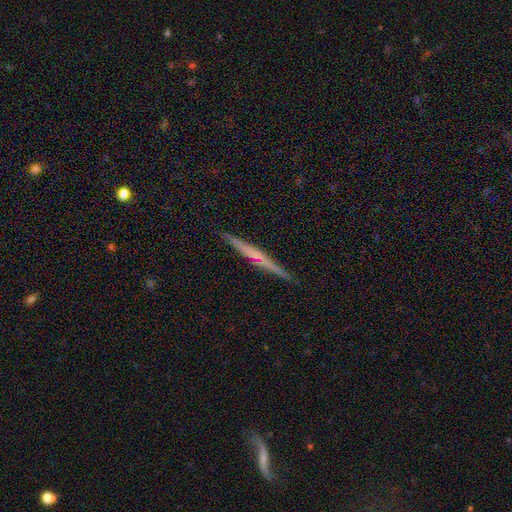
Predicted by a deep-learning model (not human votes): This appears to be a featured or disk galaxy (61%) viewed edge-on (97%) with no central bulge (65%). Merging: none (90%).